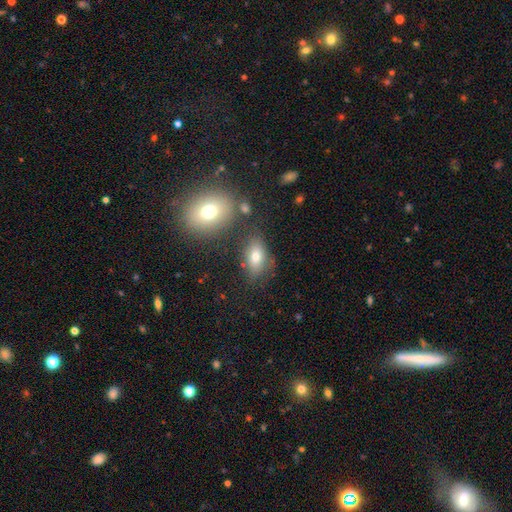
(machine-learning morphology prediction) Smooth or featured: smooth — 71% (featured or disk — 15%)
How rounded: in between — 84% (round — 11%)
Merging: none — 71% (minor disturbance — 16%)